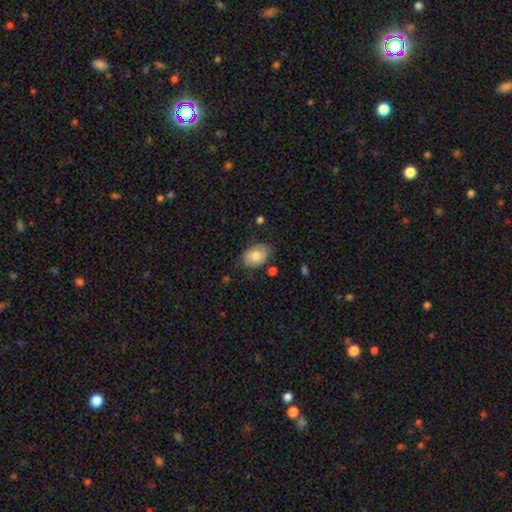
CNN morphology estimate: type=smooth (69%); roundness=in between (79%); merging=none (76%).